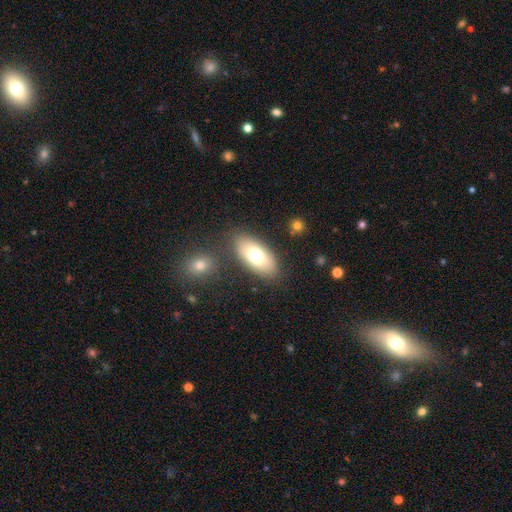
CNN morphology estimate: smooth 73%, featured or disk 20%, star or artifact 8%. Down the decision tree: how rounded — in between (90%); merging — none (81%).